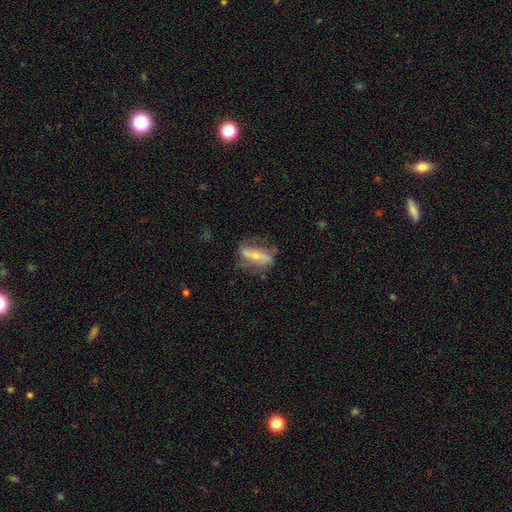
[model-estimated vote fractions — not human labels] Smooth or featured? featured or disk (63%)
Edge-on disk? no (71%)
Merging? none (60%)